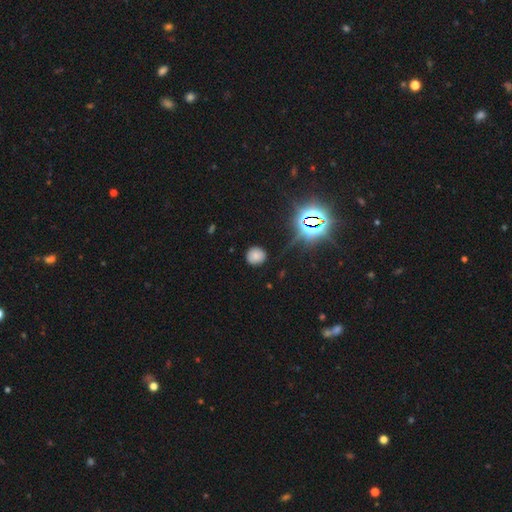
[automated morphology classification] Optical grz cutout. It shows a smooth galaxy with no disk features (71%) that is round (88%). Merging: none (83%).